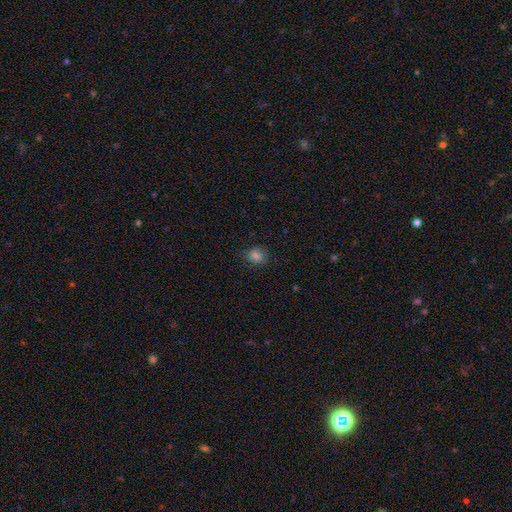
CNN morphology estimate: Smooth or featured: smooth — 80% (star or artifact — 14%)
How rounded: round — 70% (in between — 29%)
Merging: none — 78% (minor disturbance — 17%)